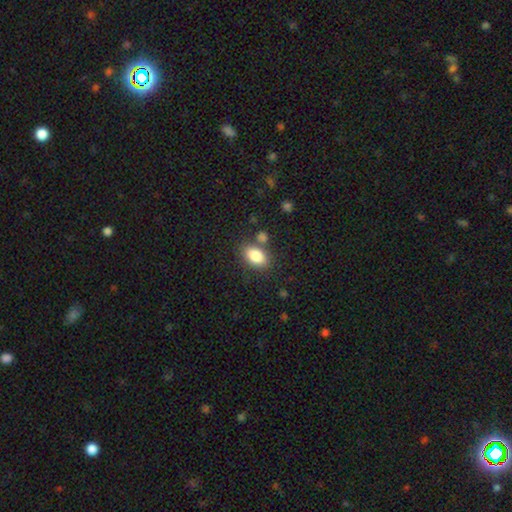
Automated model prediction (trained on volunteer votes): Smooth or featured? smooth (85%)
How rounded? in between (88%)
Merging? none (73%)